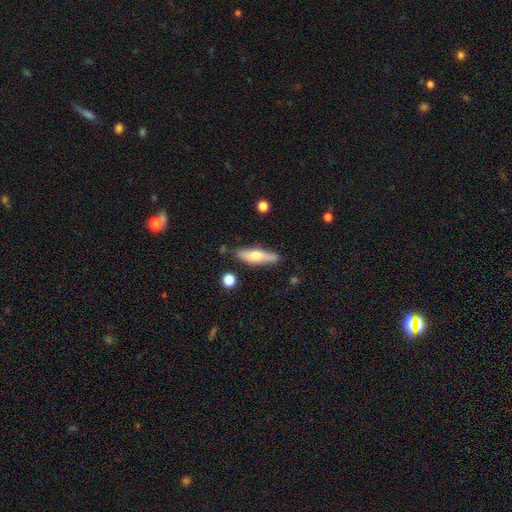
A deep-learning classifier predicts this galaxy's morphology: type=smooth (57%); roundness=cigar-shaped (60%); merging=none (79%).